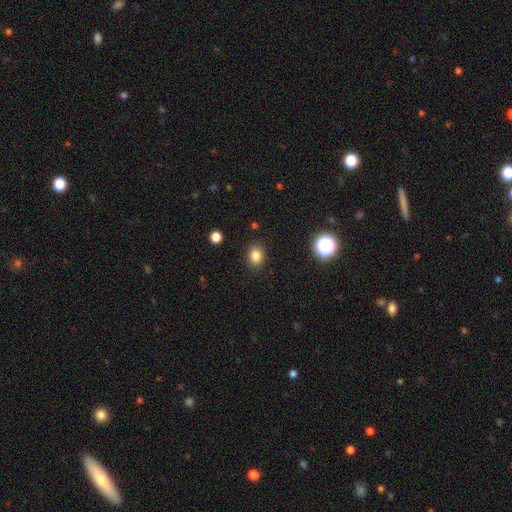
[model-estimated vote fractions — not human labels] Overall: smooth (83%). How rounded: round (52%; in between 47%). Merging: none (87%).